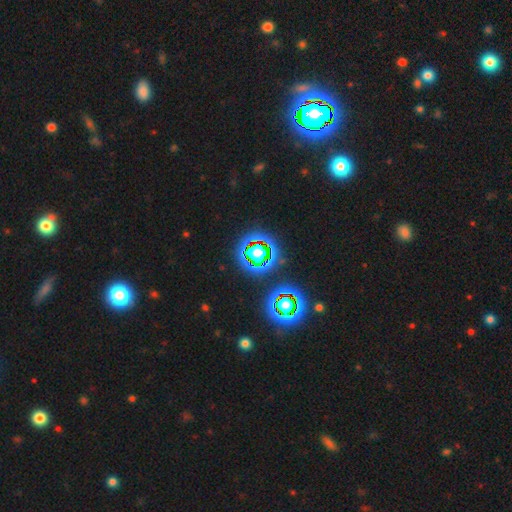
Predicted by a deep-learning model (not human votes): This is likely a star or artifact rather than a galaxy (77%).